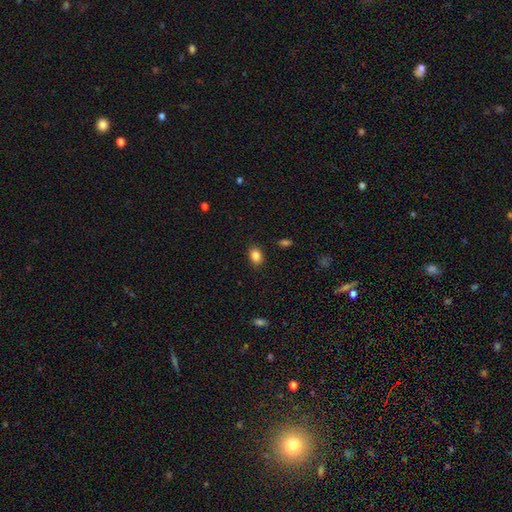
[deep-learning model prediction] Smooth or featured? Predicted: smooth (p=0.86). How rounded? Predicted: in between (p=0.72). Merging? Predicted: none (p=0.88).